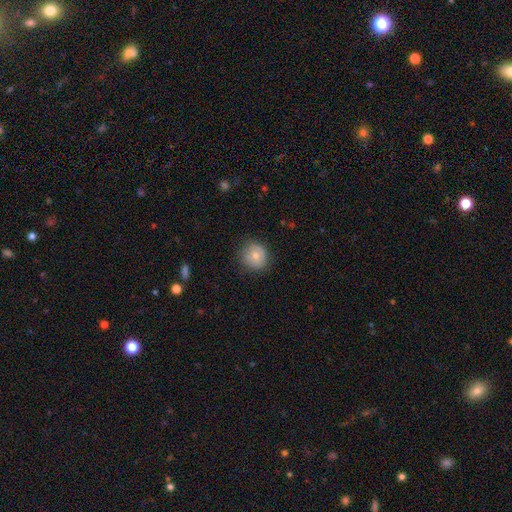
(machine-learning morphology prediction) smooth-or-featured: smooth: 71% | featured or disk: 21% | star or artifact: 9%
  how-rounded: round: 88% | in between: 11% | cigar-shaped: 1%
  merging: none: 80% | minor disturbance: 15% | major disturbance: 4% | merger: 1%